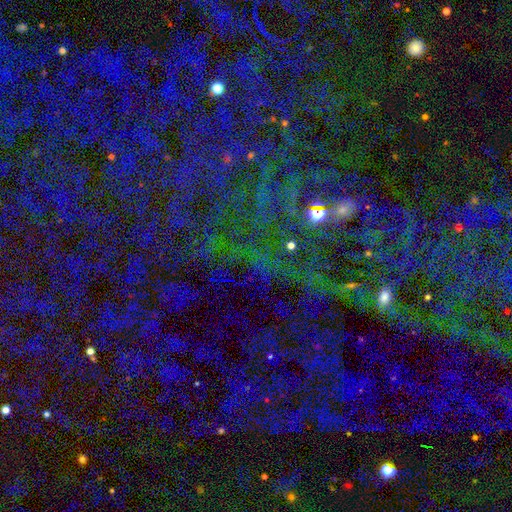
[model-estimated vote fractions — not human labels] This is likely a star or artifact rather than a galaxy (78%).